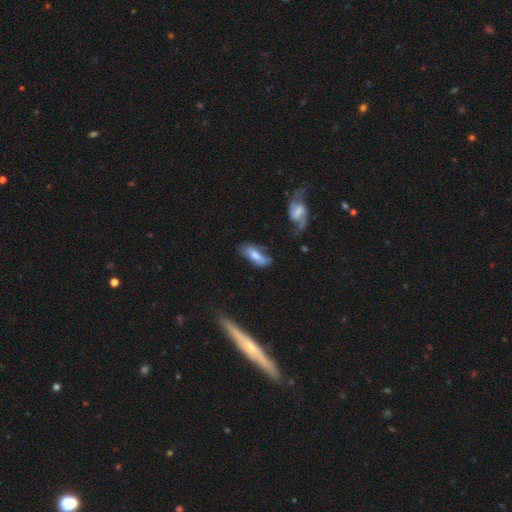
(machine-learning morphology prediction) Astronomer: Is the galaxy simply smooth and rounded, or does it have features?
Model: smooth — 62%.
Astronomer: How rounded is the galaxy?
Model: in between — 77%.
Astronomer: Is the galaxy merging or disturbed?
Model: none — 49% (runner-up: minor disturbance, 29%).